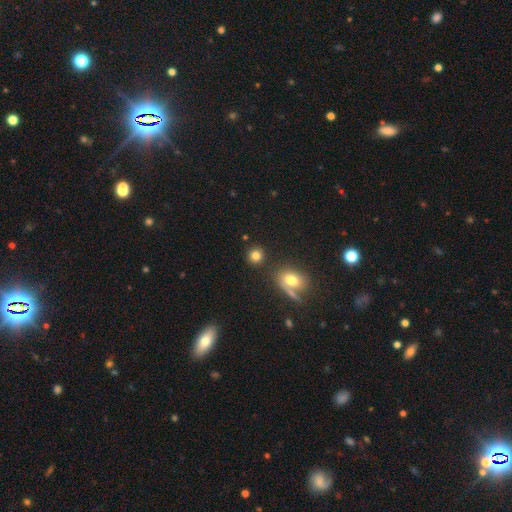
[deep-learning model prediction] A smooth galaxy with no disk features (80%) that is round (88%).

Vote fractions:
- Smooth or featured? smooth: 80% / star or artifact: 13% / featured or disk: 7%
- How rounded? round: 88% / in between: 11% / cigar-shaped: 1%
- Merging? none: 82% / minor disturbance: 8% / merger: 7% / major disturbance: 3%